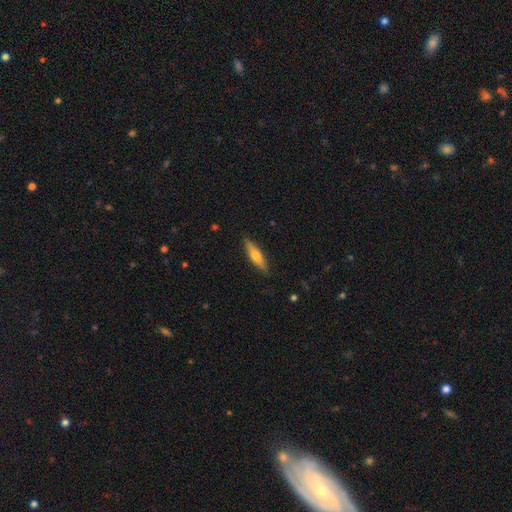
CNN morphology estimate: Smooth or featured? smooth (52%)
How rounded? cigar-shaped (72%)
Merging? none (87%)